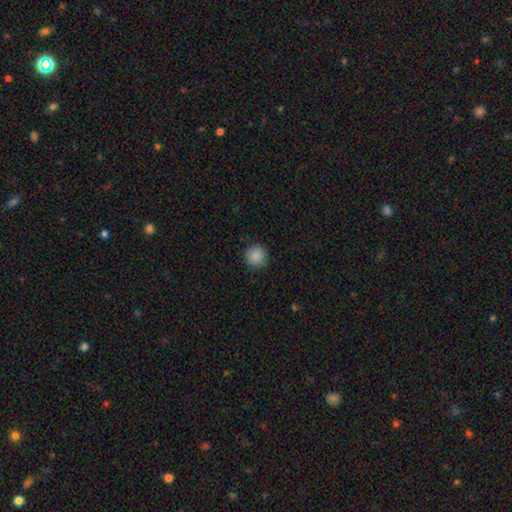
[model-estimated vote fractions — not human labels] Smooth or featured?
  - smooth: 87% *
  - star or artifact: 9%
  - featured or disk: 3%
How rounded?
  - round: 94% *
  - in between: 5%
  - cigar-shaped: 1%
Merging?
  - none: 88% *
  - minor disturbance: 9%
  - major disturbance: 2%
  - merger: 1%